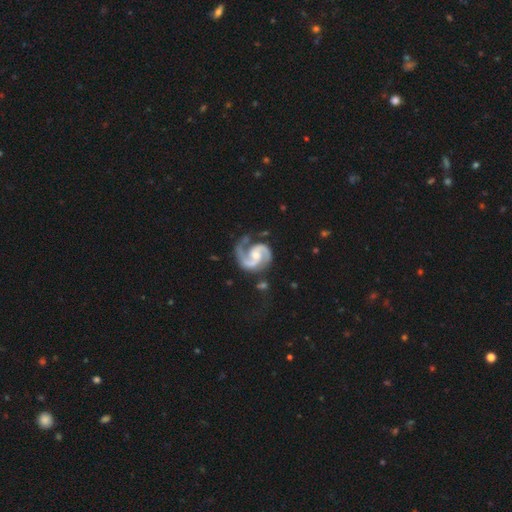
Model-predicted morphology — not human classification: Smooth or featured: featured or disk — 94% (star or artifact — 3%)
Edge-on disk: no — 99% (yes — 1%)
Bar: no — 53% (weak — 37%)
Spiral arms: yes — 99% (no — 1%)
Spiral winding: medium — 61% (tight — 27%)
Spiral arm count: 2 — 93% (1 — 2%)
Bulge size: moderate — 50% (small — 39%)
Merging: none — 68% (minor disturbance — 20%)